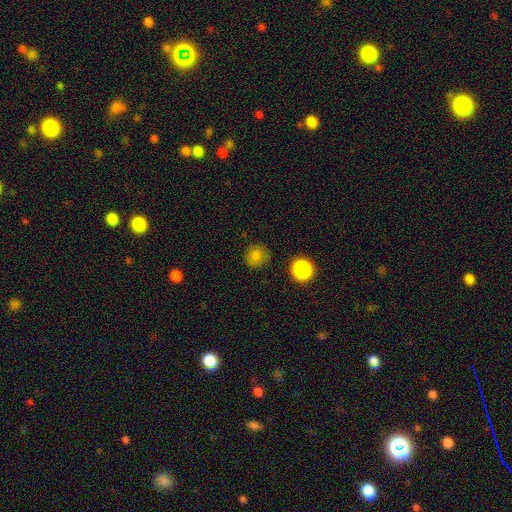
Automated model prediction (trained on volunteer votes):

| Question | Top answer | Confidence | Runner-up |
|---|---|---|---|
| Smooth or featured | smooth | 79% | star or artifact (14%) |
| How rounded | round | 91% | in between (8%) |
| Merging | none | 85% | minor disturbance (10%) |